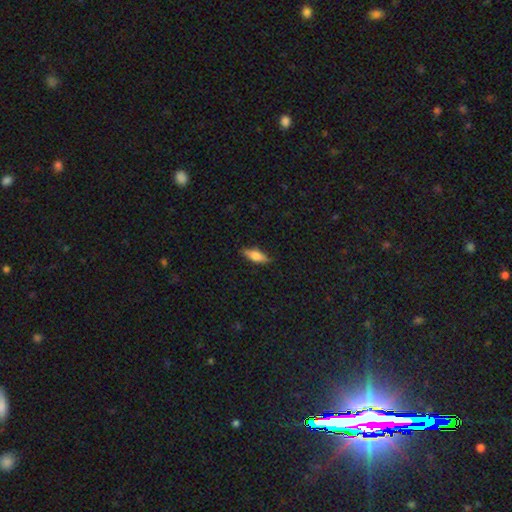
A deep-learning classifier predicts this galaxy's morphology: The model was most divided on "how rounded": in between: 61%, cigar-shaped: 36%, round: 3%. More confident: merging — none (85%); smooth or featured — smooth (69%).